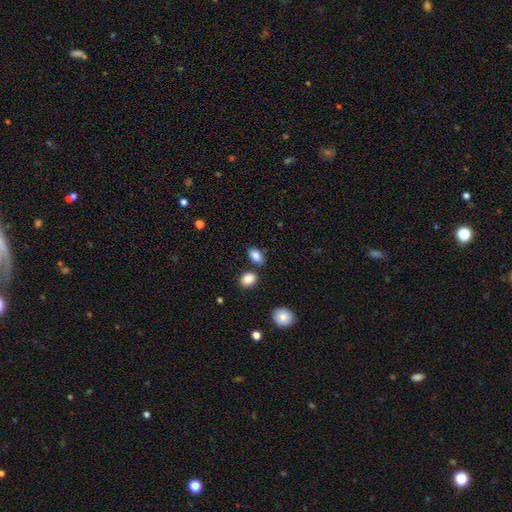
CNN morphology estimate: The model was most divided on "merging": none: 76%, minor disturbance: 11%, merger: 10%, major disturbance: 3%. More confident: how rounded — in between (87%); smooth or featured — smooth (87%).